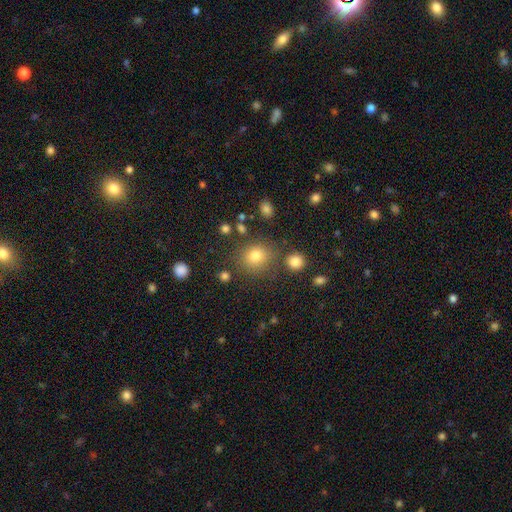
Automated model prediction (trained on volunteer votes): smooth 78%, star or artifact 15%, featured or disk 7%. Down the decision tree: how rounded — round (81%); merging — none (79%).